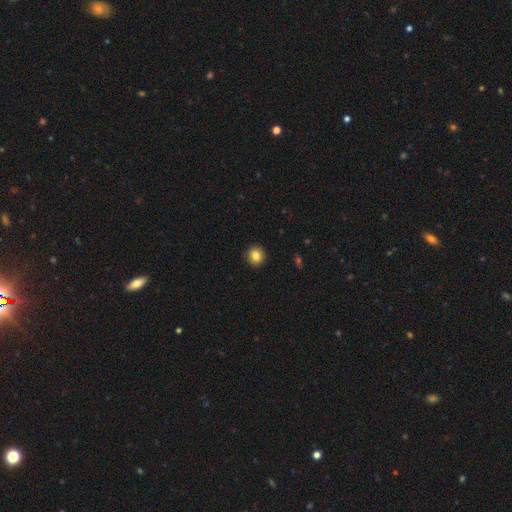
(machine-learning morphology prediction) smooth 83%, star or artifact 10%, featured or disk 7%. Down the decision tree: how rounded — round (91%); merging — none (93%).